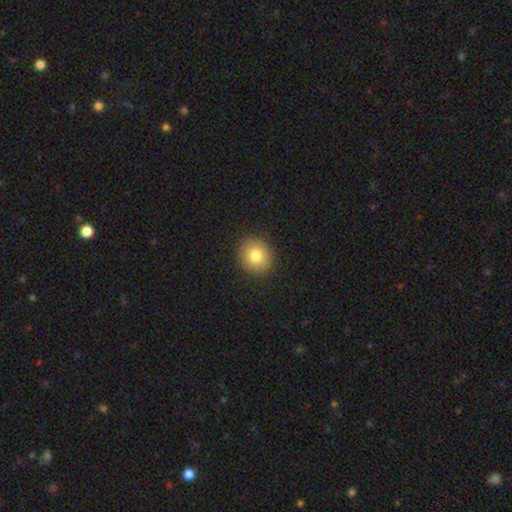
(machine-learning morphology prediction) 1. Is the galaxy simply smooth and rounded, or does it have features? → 81% smooth, 10% star or artifact, 9% featured or disk.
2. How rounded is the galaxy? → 81% round, 18% in between, 1% cigar-shaped.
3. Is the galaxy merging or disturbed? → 90% none, 7% minor disturbance, 2% major disturbance, 1% merger.